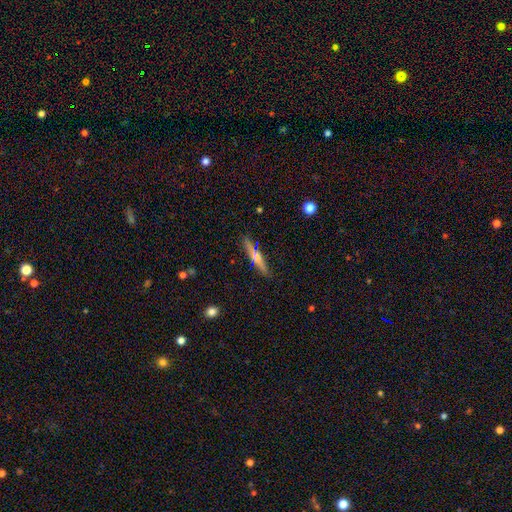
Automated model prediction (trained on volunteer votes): This is likely a featured or disk galaxy (65%). It is clearly viewed edge-on (96%). Edge-on bulge: clearly rounded (86%). Merging: clearly none (87%).